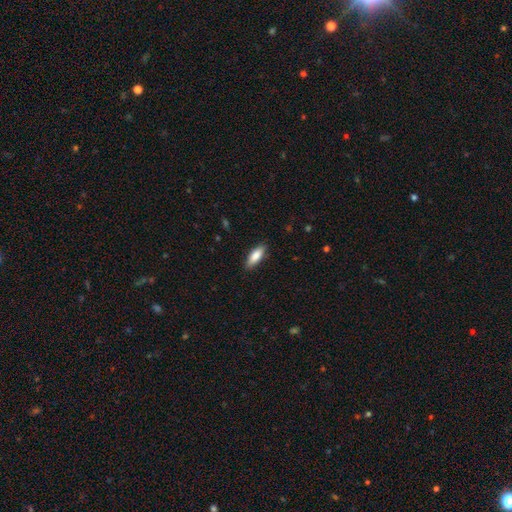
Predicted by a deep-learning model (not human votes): The model was most divided on "how rounded": in between: 65%, cigar-shaped: 33%, round: 2%. More confident: merging — none (87%); smooth or featured — smooth (82%).